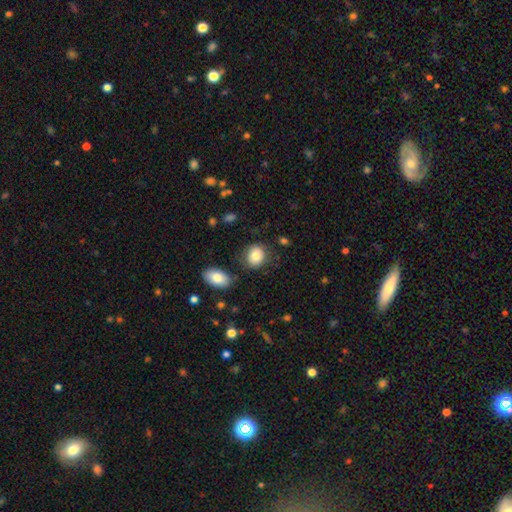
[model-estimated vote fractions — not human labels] Overall: smooth (82%). How rounded: round (63%; in between 36%). Merging: none (77%).